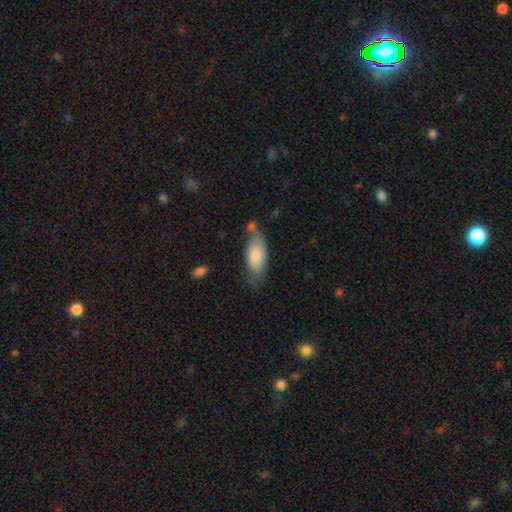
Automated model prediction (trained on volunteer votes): Q: Smooth or featured?
A: smooth (74%); runner-up: featured or disk (20%)
Q: How rounded?
A: in between (83%); runner-up: cigar-shaped (15%)
Q: Merging?
A: none (49%); runner-up: minor disturbance (31%)